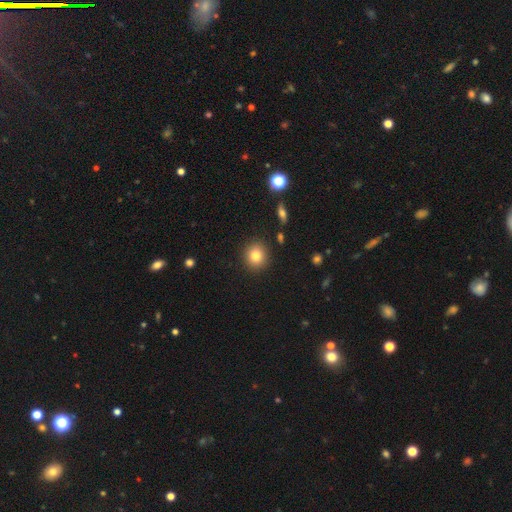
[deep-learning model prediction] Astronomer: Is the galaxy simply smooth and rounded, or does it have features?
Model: smooth — 82%.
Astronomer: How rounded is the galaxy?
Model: round — 88%.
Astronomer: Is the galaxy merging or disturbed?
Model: none — 90%.